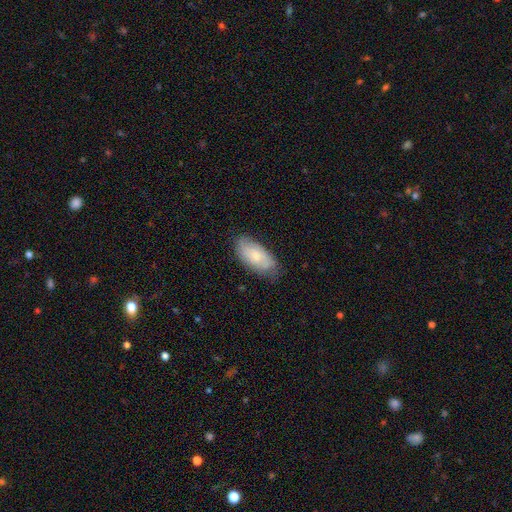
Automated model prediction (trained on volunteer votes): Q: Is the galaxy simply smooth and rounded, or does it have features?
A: smooth — 63%.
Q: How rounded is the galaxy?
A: in between — 92%.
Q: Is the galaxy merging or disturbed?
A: none — 72%.